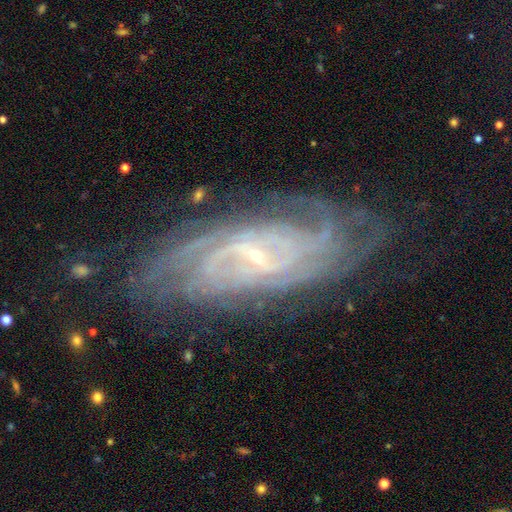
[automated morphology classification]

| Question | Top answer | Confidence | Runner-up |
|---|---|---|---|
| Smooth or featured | featured or disk | 86% | star or artifact (7%) |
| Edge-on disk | no | 92% | yes (8%) |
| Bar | weak | 49% | no (26%) |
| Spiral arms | yes | 97% | no (3%) |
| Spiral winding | tight | 64% | medium (29%) |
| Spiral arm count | can't tell | 33% | 4 (18%) |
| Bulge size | small | 80% | moderate (11%) |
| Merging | none | 76% | minor disturbance (16%) |